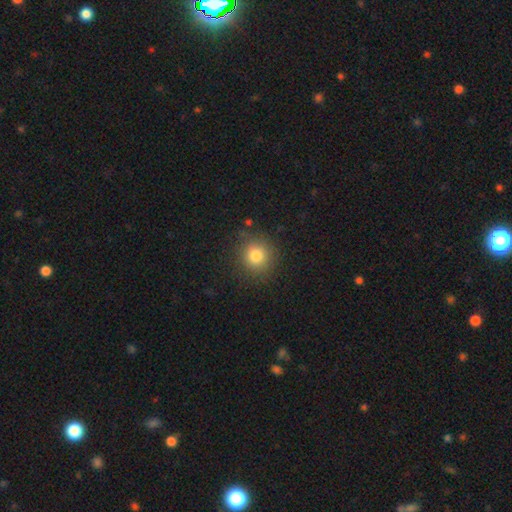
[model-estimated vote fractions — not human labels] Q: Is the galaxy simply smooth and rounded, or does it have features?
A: smooth — 80%.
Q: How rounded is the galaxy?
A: round — 91%.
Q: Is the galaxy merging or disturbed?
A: none — 86%.